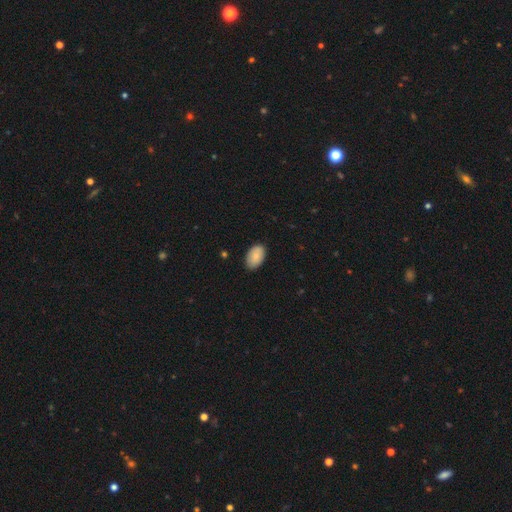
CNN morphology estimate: Smooth or featured: smooth — 83% (featured or disk — 10%)
How rounded: in between — 92% (round — 6%)
Merging: none — 85% (minor disturbance — 12%)